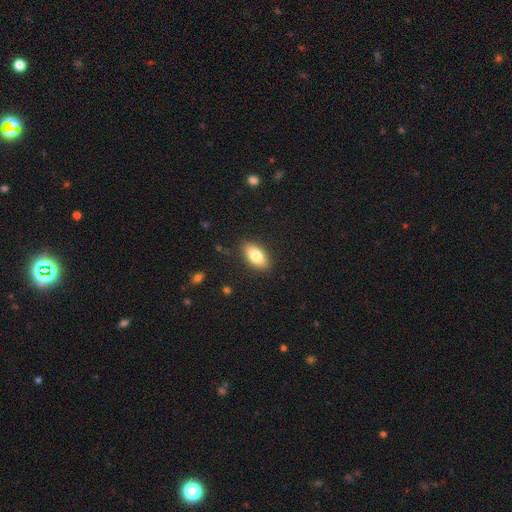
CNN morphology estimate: Q: Smooth or featured?
A: smooth (79%); runner-up: featured or disk (14%)
Q: How rounded?
A: in between (91%); runner-up: cigar-shaped (5%)
Q: Merging?
A: none (88%); runner-up: minor disturbance (9%)